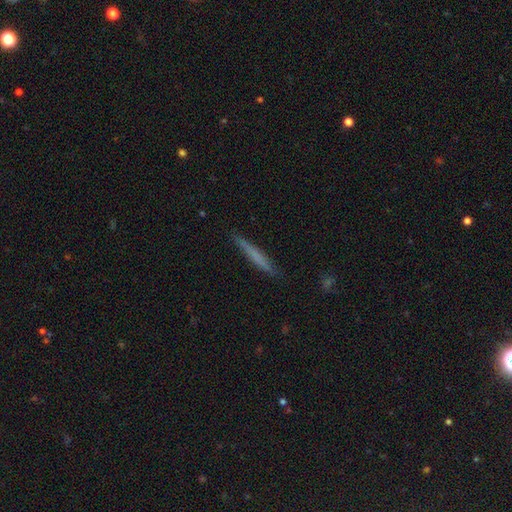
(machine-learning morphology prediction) This is possibly a smooth galaxy (58%). How rounded: clearly cigar-shaped (96%). Merging: clearly none (88%).